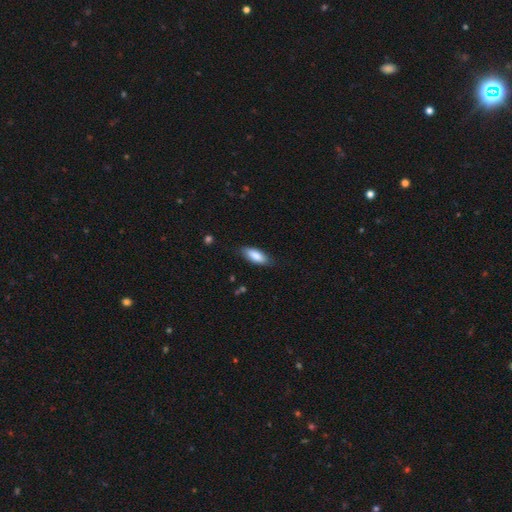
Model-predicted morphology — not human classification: A smooth galaxy with no disk features (84%) that is in between round and cigar-shaped (76%). Merging: none (80%).